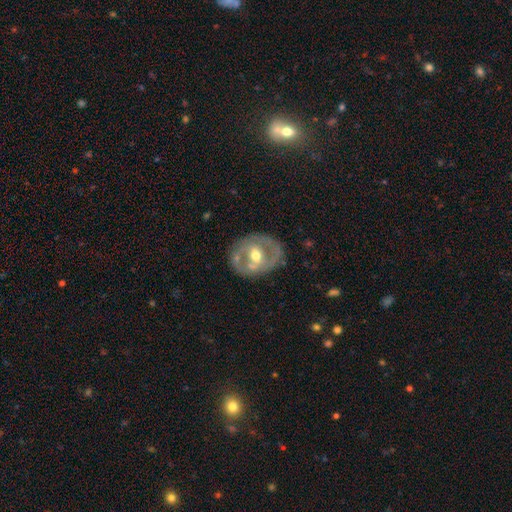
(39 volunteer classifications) Morphology: type=featured or disk (77%); edge-on=no (97%); bar=weak (48%, tied with no); spiral arms=no (55%); bulge=moderate (69%); merging=none (78%).